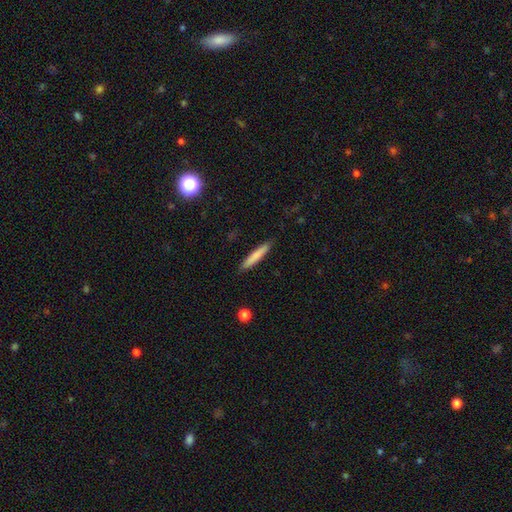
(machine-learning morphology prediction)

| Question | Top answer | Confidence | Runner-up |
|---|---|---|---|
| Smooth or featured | smooth | 76% | featured or disk (18%) |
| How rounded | cigar-shaped | 93% | in between (6%) |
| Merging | none | 89% | minor disturbance (8%) |